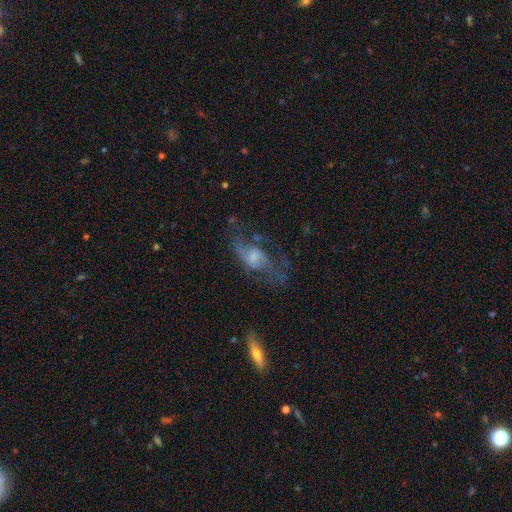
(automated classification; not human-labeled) The model was most divided on "bulge size": moderate: 38%, small: 35%, none: 15%, large: 11%, dominant: 2%. More confident: edge-on disk — no (89%); spiral arms — yes (74%); smooth or featured — featured or disk (65%); bar — no (63%); merging — none (51%).